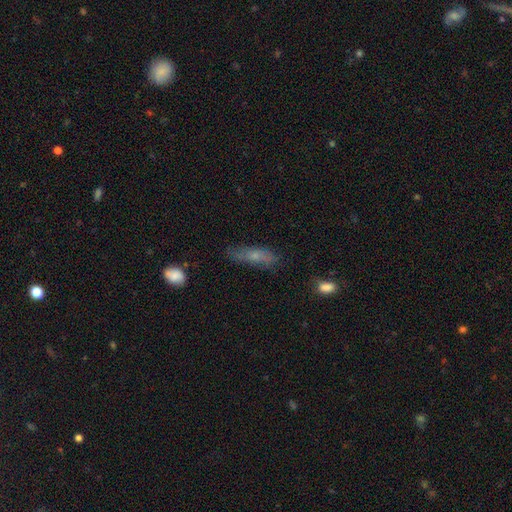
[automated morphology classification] smooth-or-featured: smooth: 59% | featured or disk: 32% | star or artifact: 9%
  how-rounded: cigar-shaped: 62% | in between: 35% | round: 3%
  merging: none: 69% | minor disturbance: 23% | major disturbance: 6% | merger: 2%